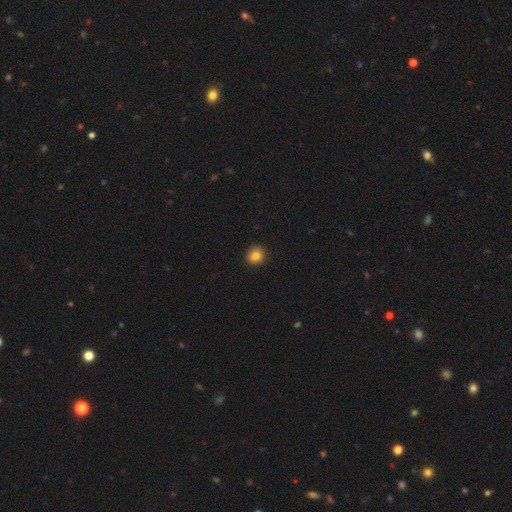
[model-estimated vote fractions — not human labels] Smooth or featured: smooth — 84% (star or artifact — 11%)
How rounded: round — 86% (in between — 13%)
Merging: none — 90% (minor disturbance — 8%)